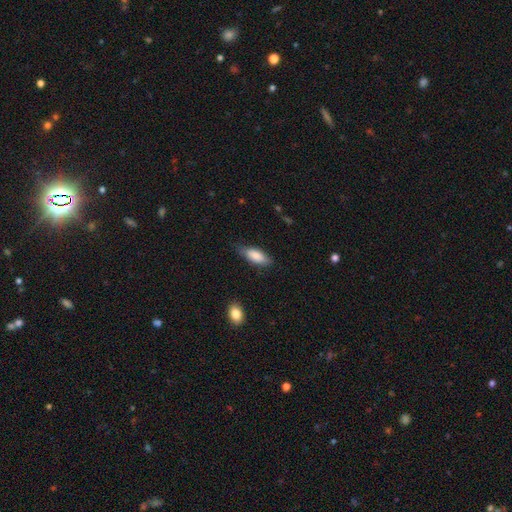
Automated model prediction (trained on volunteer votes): Morphology: type=smooth (82%); roundness=in between (76%); merging=none (70%).